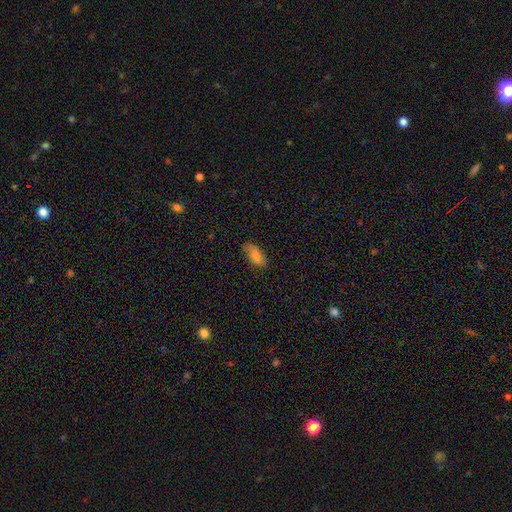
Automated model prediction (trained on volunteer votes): This appears to be a smooth galaxy with no disk features (79%) that is in between round and cigar-shaped (88%). Merging: none (74%).